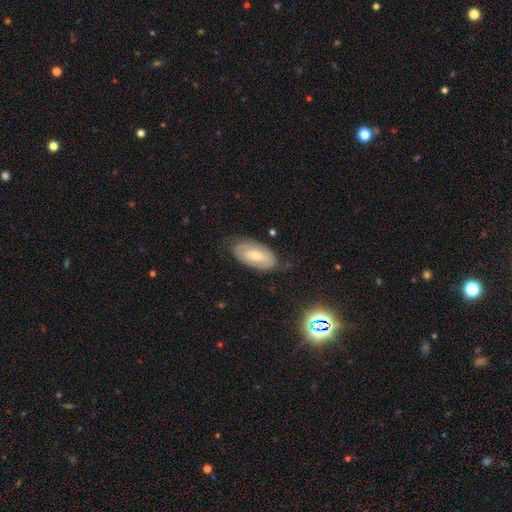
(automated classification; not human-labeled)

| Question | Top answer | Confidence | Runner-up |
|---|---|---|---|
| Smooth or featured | featured or disk | 49% | smooth (44%) |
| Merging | none | 72% | minor disturbance (20%) |